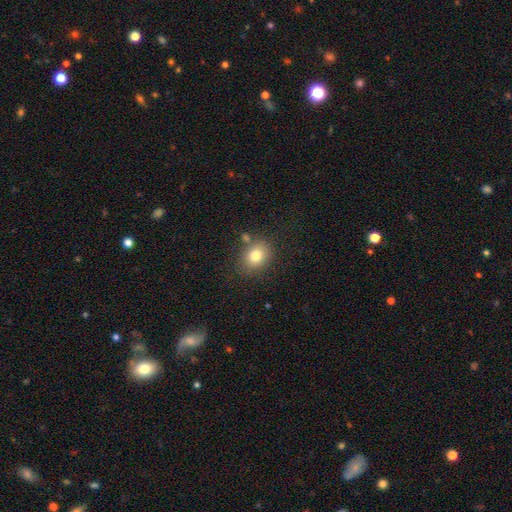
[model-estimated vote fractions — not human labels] smooth-or-featured: smooth: 78% | featured or disk: 11% | star or artifact: 11%
  how-rounded: in between: 56% | round: 43% | cigar-shaped: 1%
  merging: none: 74% | minor disturbance: 13% | merger: 9% | major disturbance: 4%